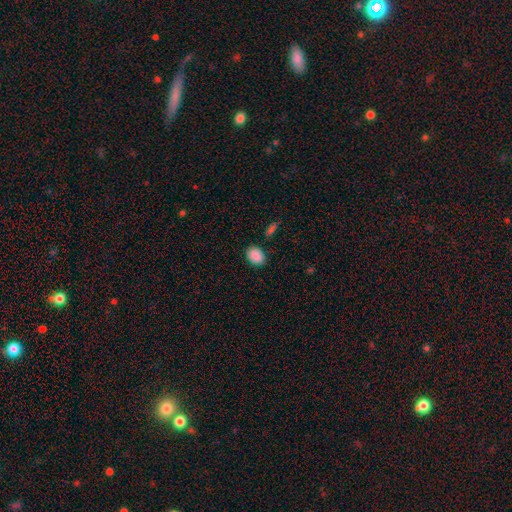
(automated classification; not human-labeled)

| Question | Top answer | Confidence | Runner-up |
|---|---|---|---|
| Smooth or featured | smooth | 89% | star or artifact (8%) |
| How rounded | in between | 64% | round (34%) |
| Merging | none | 82% | minor disturbance (12%) |